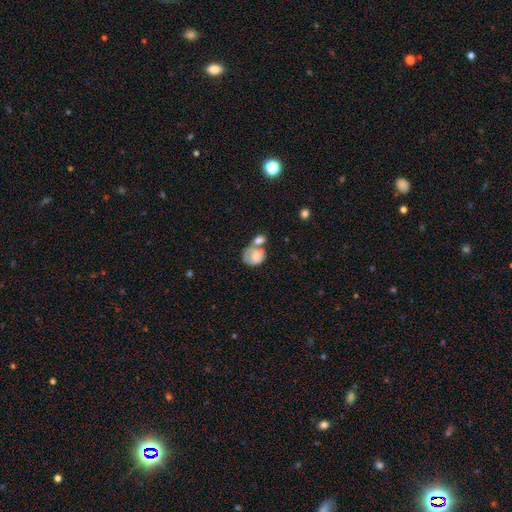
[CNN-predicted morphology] A smooth galaxy with no disk features (65%) that is round (55%).

Vote fractions:
- Smooth or featured? smooth: 65% / featured or disk: 27% / star or artifact: 8%
- How rounded? round: 55% / in between: 44% / cigar-shaped: 1%
- Merging? merger: 52% / none: 25% / minor disturbance: 14% / major disturbance: 9%